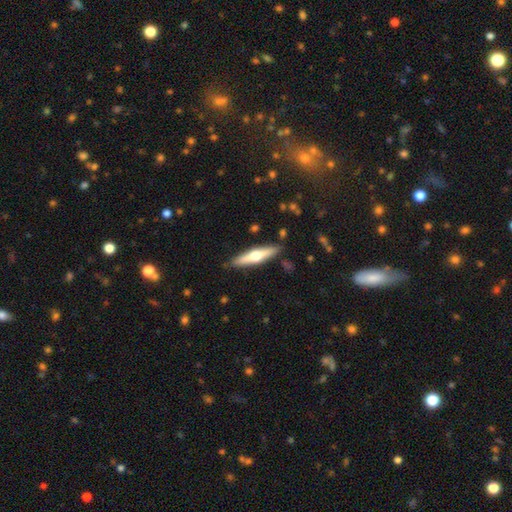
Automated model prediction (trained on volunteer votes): Smooth or featured?
  - featured or disk: 59% *
  - smooth: 36%
  - star or artifact: 5%
Edge-on disk?
  - yes: 95% *
  - no: 5%
Edge-on bulge?
  - rounded: 94% *
  - none: 3%
  - boxy: 3%
Merging?
  - none: 88% *
  - minor disturbance: 8%
  - major disturbance: 2%
  - merger: 2%